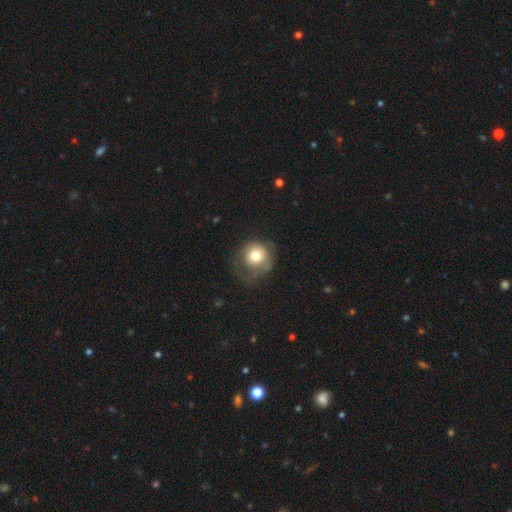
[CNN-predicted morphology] Smooth or featured: smooth — 68% (featured or disk — 24%)
How rounded: round — 84% (in between — 15%)
Merging: none — 38% (major disturbance — 33%)